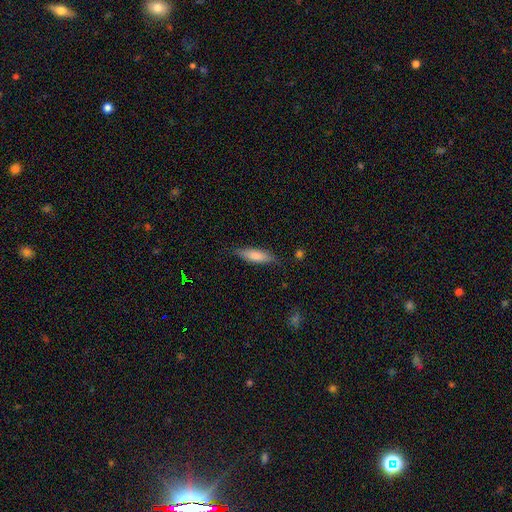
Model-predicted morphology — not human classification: Q: Smooth or featured?
A: smooth (73%); runner-up: featured or disk (21%)
Q: How rounded?
A: cigar-shaped (60%); runner-up: in between (38%)
Q: Merging?
A: none (81%); runner-up: minor disturbance (15%)